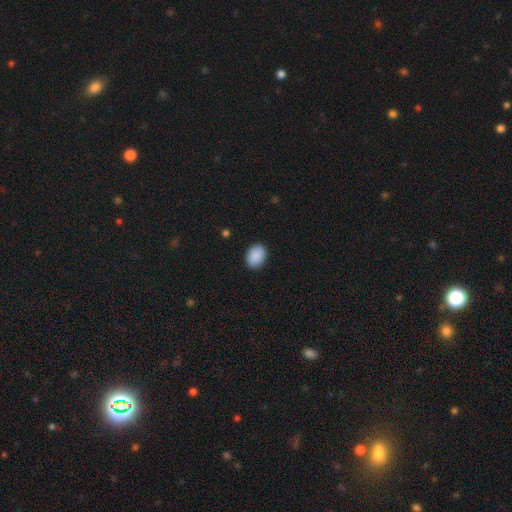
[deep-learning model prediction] Smooth or featured? Predicted: smooth (p=0.91). How rounded? Predicted: in between (p=0.73). Merging? Predicted: none (p=0.88).